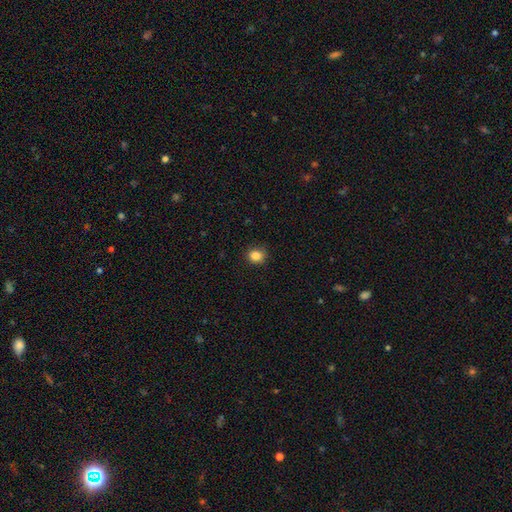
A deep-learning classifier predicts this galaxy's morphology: The model was most divided on "how rounded": round: 78%, in between: 21%, cigar-shaped: 1%. More confident: merging — none (87%); smooth or featured — smooth (85%).